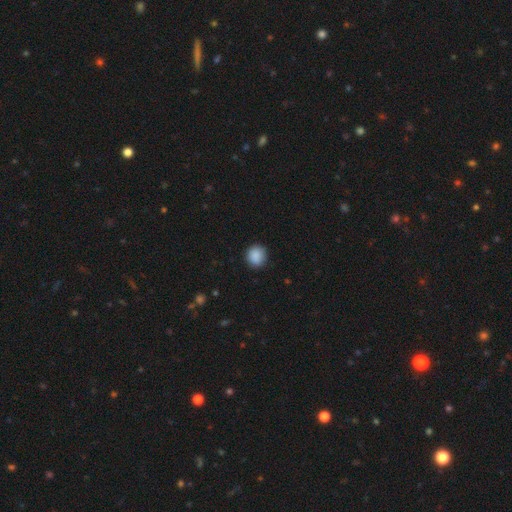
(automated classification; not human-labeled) Smooth or featured?
  - smooth: 89% *
  - star or artifact: 8%
  - featured or disk: 3%
How rounded?
  - round: 87% *
  - in between: 12%
  - cigar-shaped: 1%
Merging?
  - none: 89% *
  - minor disturbance: 8%
  - major disturbance: 2%
  - merger: 1%